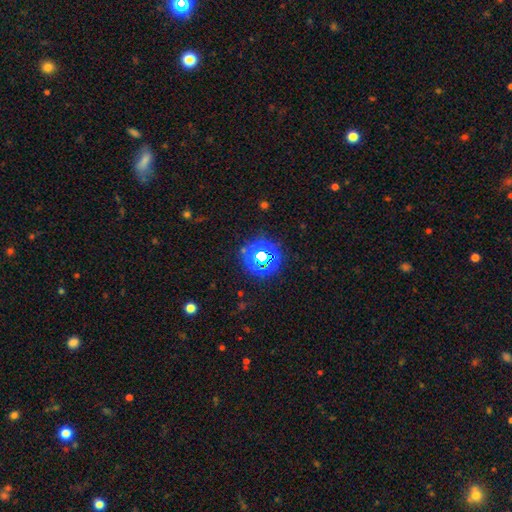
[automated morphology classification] Smooth or featured: star or artifact — 72% (smooth — 20%)